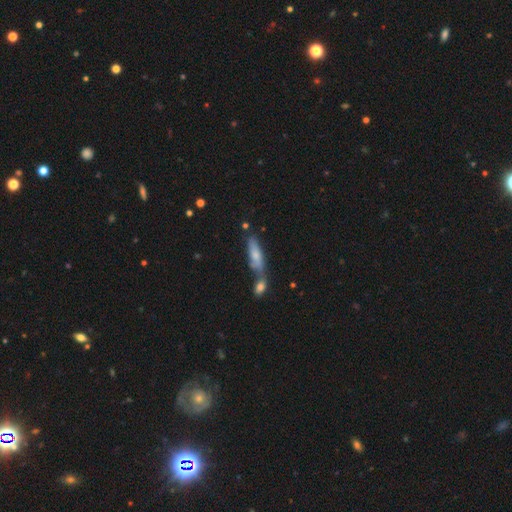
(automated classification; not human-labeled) A smooth galaxy with no disk features (61%) that is cigar-shaped (57%). Merging: none (43%).